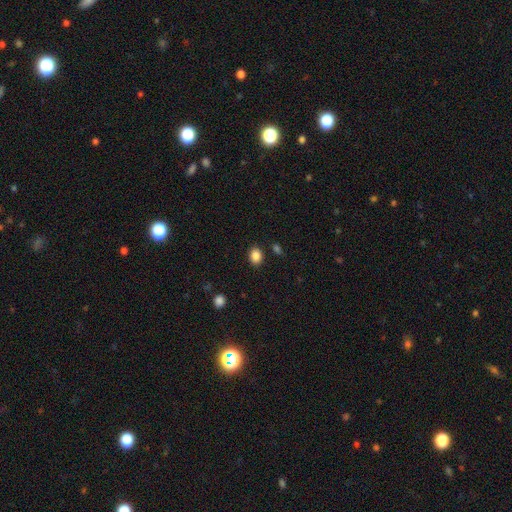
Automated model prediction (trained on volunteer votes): The model was most divided on "how rounded": in between: 62%, round: 37%, cigar-shaped: 1%. More confident: smooth or featured — smooth (87%); merging — none (86%).